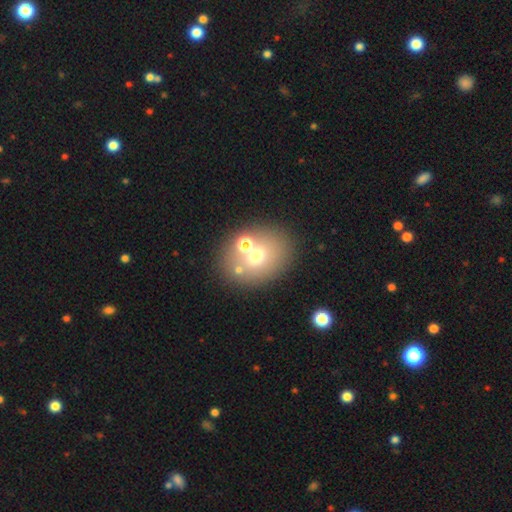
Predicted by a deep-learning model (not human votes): smooth_or_featured: smooth (p=0.62) [alt: featured or disk p=0.21]
how_rounded: round (p=0.53) [alt: in between p=0.46]
merging: none (p=0.64) [alt: merger p=0.22]